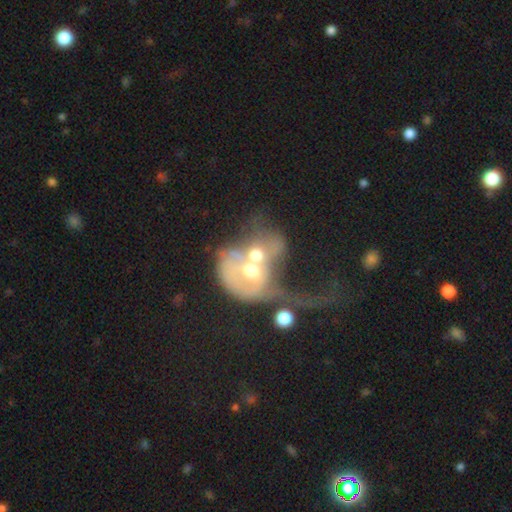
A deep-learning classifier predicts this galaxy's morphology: Q: Smooth or featured?
A: featured or disk (58%); runner-up: smooth (33%)
Q: Edge-on disk?
A: no (96%); runner-up: yes (4%)
Q: Bar?
A: no (81%); runner-up: weak (15%)
Q: Spiral arms?
A: no (70%); runner-up: yes (30%)
Q: Bulge size?
A: moderate (67%); runner-up: small (16%)
Q: Merging?
A: merger (70%); runner-up: major disturbance (19%)